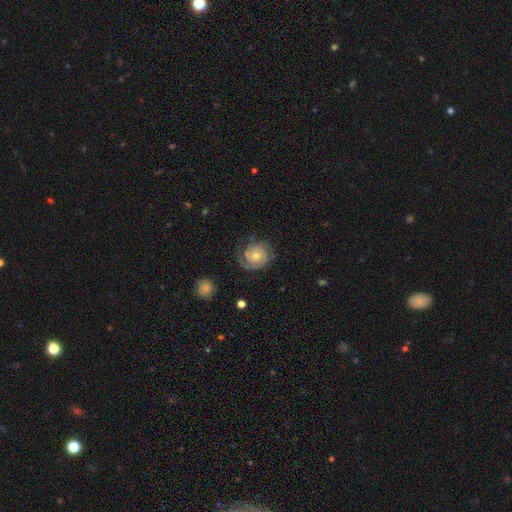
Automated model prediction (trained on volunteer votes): smooth_or_featured: featured or disk (p=0.82) [alt: smooth p=0.11]
disk_edge_on: no (p=0.98) [alt: yes p=0.02]
bar: no (p=0.79) [alt: weak p=0.17]
has_spiral_arms: yes (p=0.96) [alt: no p=0.04]
spiral_winding: tight (p=0.72) [alt: medium p=0.23]
spiral_arm_count: 2 (p=0.52) [alt: can't tell p=0.18]
bulge_size: small (p=0.49) [alt: moderate p=0.46]
merging: none (p=0.77) [alt: minor disturbance p=0.15]